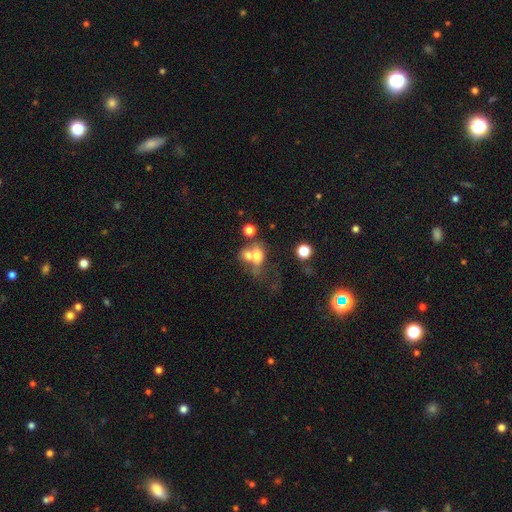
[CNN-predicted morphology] smooth_or_featured: smooth (p=0.63) [alt: featured or disk p=0.23]
how_rounded: in between (p=0.52) [alt: round p=0.46]
merging: merger (p=0.61) [alt: none p=0.19]